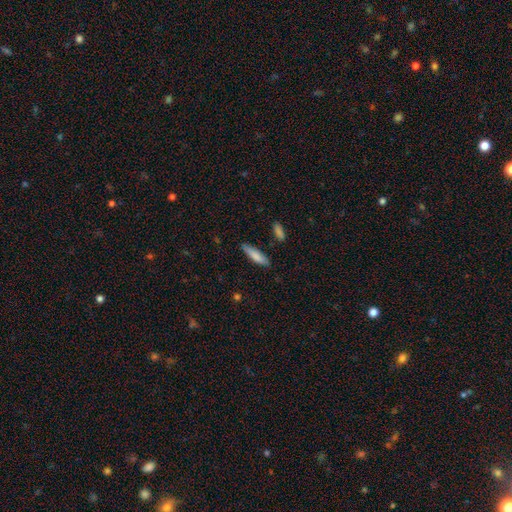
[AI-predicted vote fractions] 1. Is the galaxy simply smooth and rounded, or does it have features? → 80% smooth, 13% featured or disk, 6% star or artifact.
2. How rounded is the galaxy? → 73% cigar-shaped, 25% in between, 1% round.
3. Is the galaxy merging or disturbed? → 82% none, 13% minor disturbance, 3% merger, 2% major disturbance.